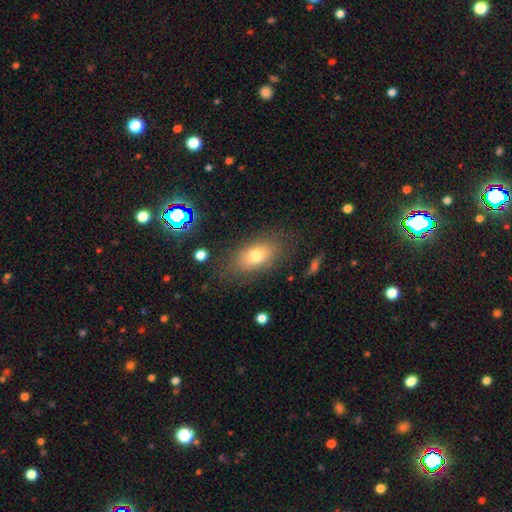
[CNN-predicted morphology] smooth 72%, featured or disk 17%, star or artifact 10%. Down the decision tree: how rounded — in between (87%); merging — none (77%).